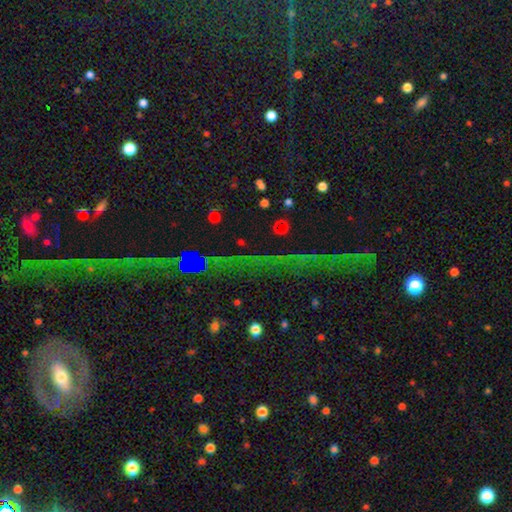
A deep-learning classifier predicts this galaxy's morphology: This appears to be a star or artifact, not a galaxy (69%).